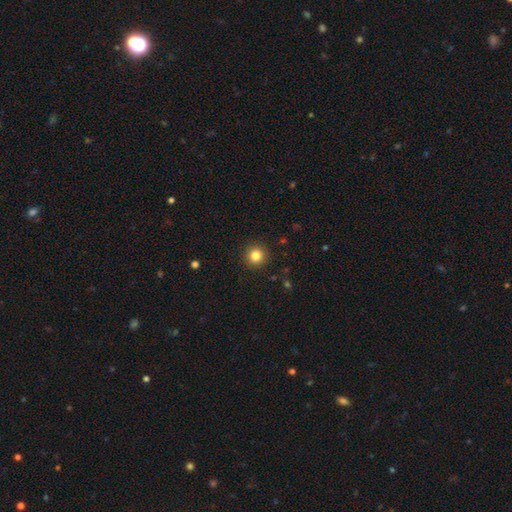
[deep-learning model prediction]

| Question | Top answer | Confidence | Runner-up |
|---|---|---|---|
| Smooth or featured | smooth | 83% | star or artifact (11%) |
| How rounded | round | 95% | in between (4%) |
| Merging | none | 92% | minor disturbance (5%) |